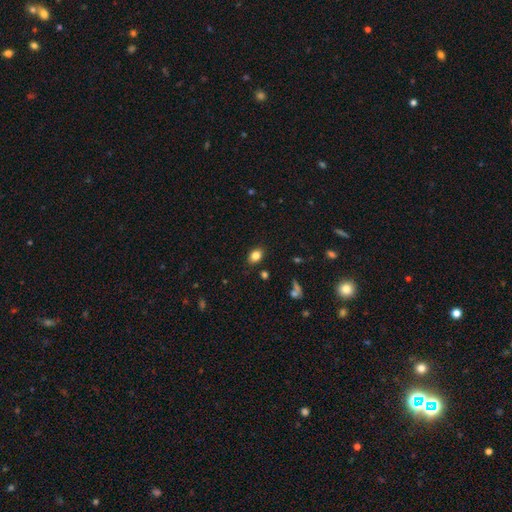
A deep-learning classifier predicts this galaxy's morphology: Smooth or featured: smooth — 83% (star or artifact — 10%)
How rounded: in between — 72% (round — 27%)
Merging: none — 86% (minor disturbance — 9%)